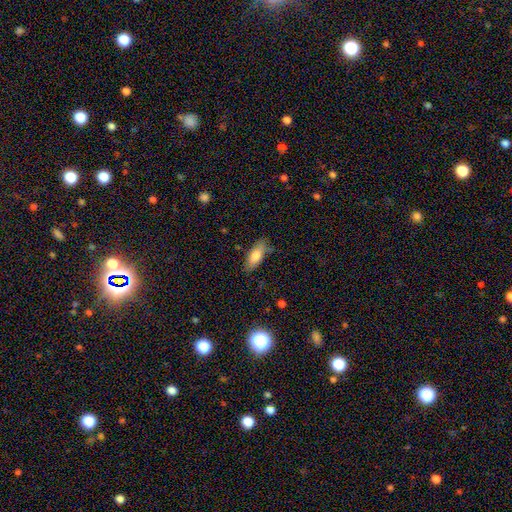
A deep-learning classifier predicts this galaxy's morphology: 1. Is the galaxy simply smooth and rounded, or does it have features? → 79% smooth, 14% featured or disk, 7% star or artifact.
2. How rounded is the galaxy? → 76% in between, 22% cigar-shaped, 2% round.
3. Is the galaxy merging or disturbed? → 75% none, 18% minor disturbance, 4% major disturbance, 3% merger.